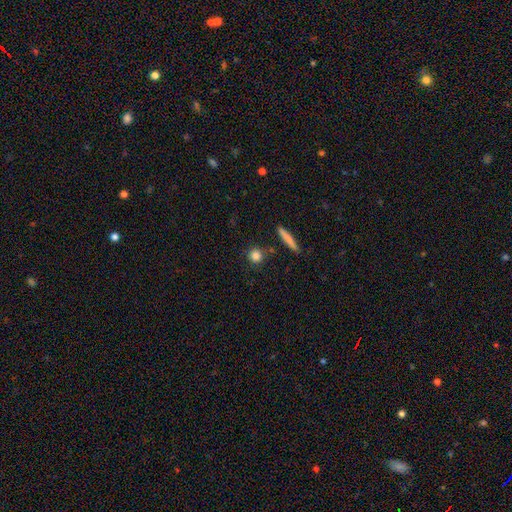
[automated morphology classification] smooth_or_featured: smooth (p=0.83) [alt: star or artifact p=0.09]
how_rounded: round (p=0.86) [alt: in between p=0.09]
merging: none (p=0.84) [alt: minor disturbance p=0.08]